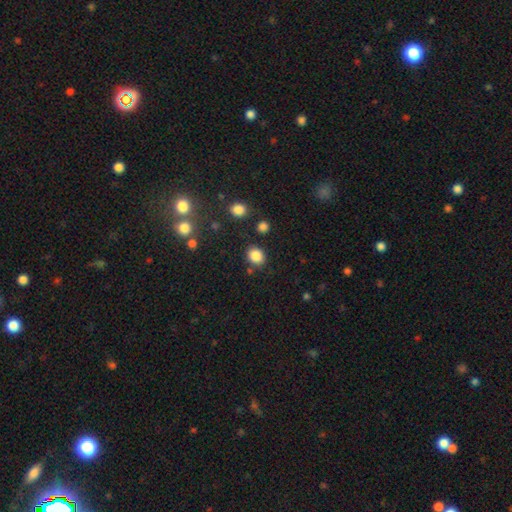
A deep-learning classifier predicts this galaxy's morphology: Smooth or featured: smooth — 85% (star or artifact — 10%)
How rounded: round — 63% (in between — 36%)
Merging: none — 82% (minor disturbance — 10%)